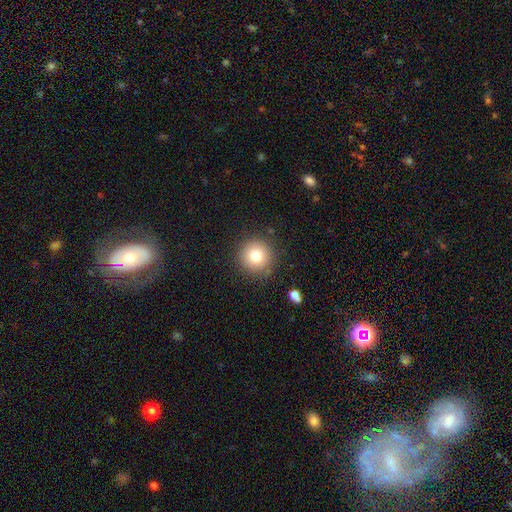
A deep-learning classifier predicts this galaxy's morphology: Q: Smooth or featured?
A: smooth (79%); runner-up: star or artifact (11%)
Q: How rounded?
A: round (95%); runner-up: in between (4%)
Q: Merging?
A: none (88%); runner-up: minor disturbance (8%)